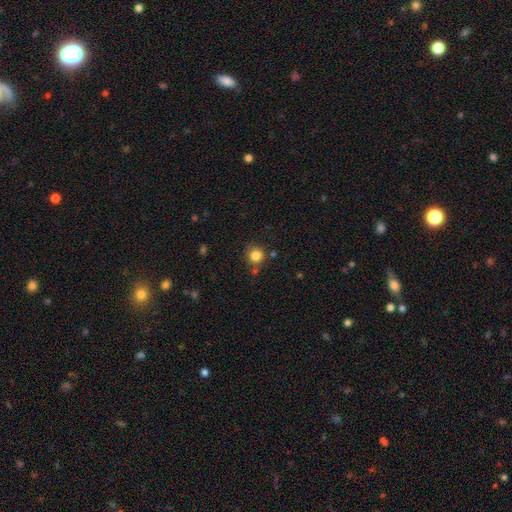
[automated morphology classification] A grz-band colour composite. It shows a smooth galaxy with no disk features (83%) that is round (90%). Merging: none (76%).